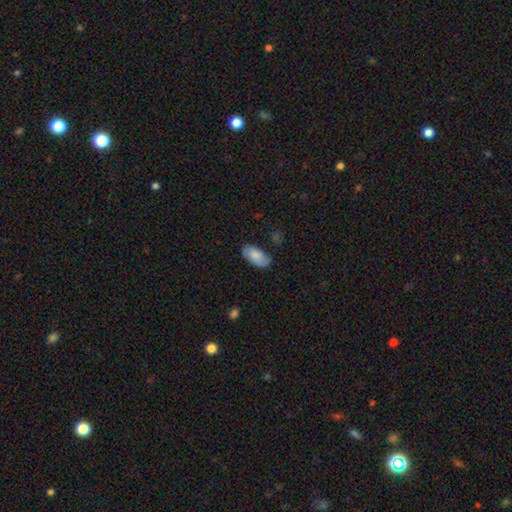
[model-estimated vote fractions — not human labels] Morphology: type=smooth (82%); roundness=in between (93%); merging=none (74%).